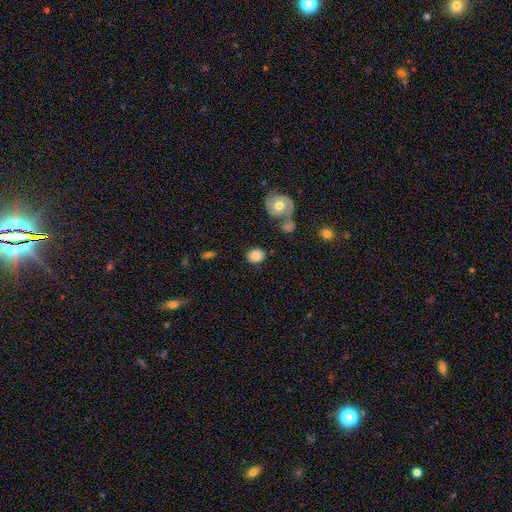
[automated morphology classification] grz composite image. It shows a smooth galaxy with no disk features (83%) that is round (56%). Merging: none (79%).